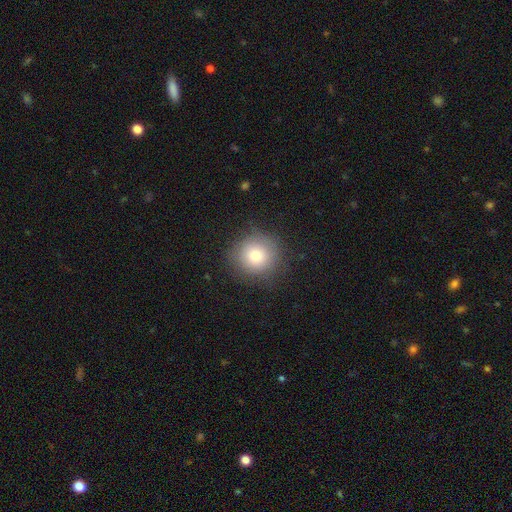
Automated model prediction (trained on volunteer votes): Smooth or featured? smooth (78%)
How rounded? round (93%)
Merging? none (84%)